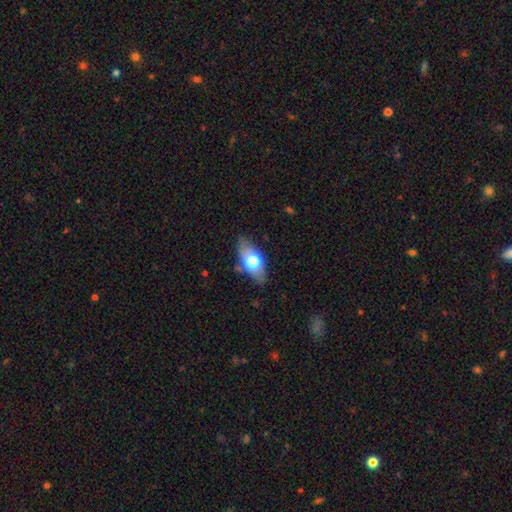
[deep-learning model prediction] This appears to be a smooth galaxy with no disk features (59%) that is in between round and cigar-shaped (84%). Merging: none (78%).